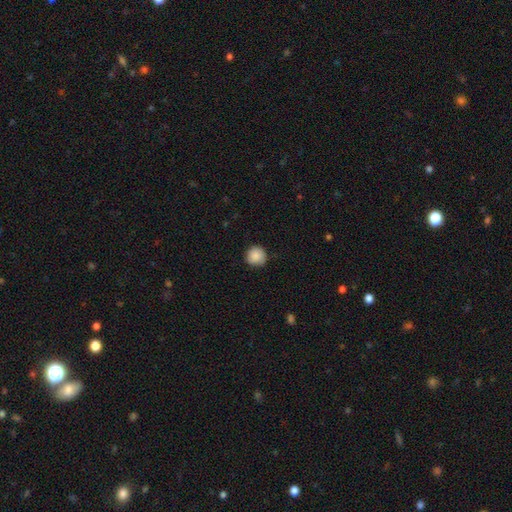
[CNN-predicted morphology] A smooth galaxy with no disk features (88%) that is round (94%).

Vote fractions:
- Smooth or featured? smooth: 88% / star or artifact: 8% / featured or disk: 4%
- How rounded? round: 94% / in between: 5% / cigar-shaped: 1%
- Merging? none: 84% / minor disturbance: 12% / major disturbance: 2% / merger: 1%